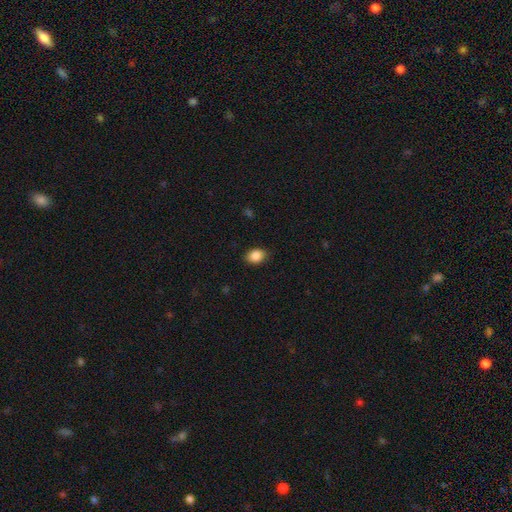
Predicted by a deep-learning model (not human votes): A smooth galaxy with no disk features (88%) that is in between round and cigar-shaped (72%). Merging: none (85%).